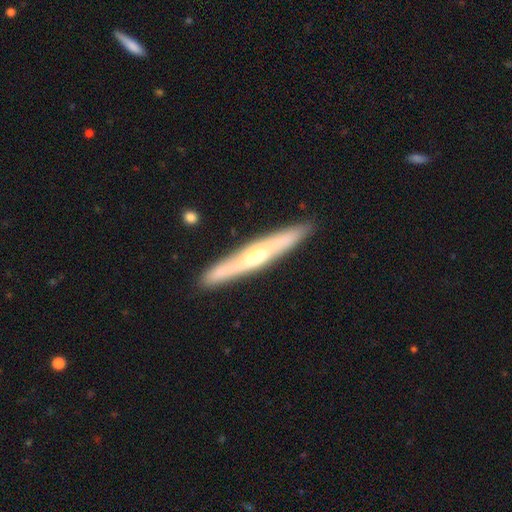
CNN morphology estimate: Smooth or featured? featured or disk (65%)
Edge-on disk? yes (86%)
Edge-on bulge? rounded (74%)
Merging? none (88%)